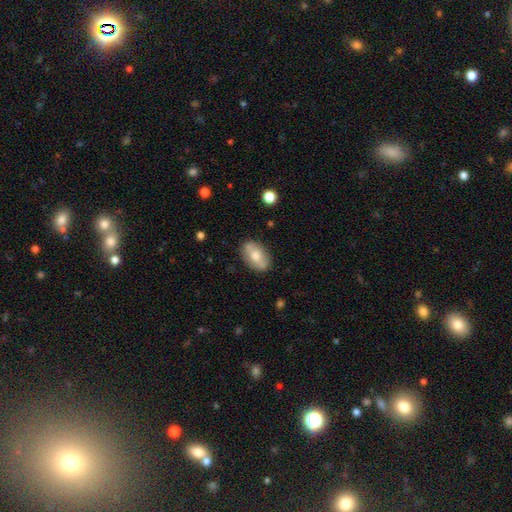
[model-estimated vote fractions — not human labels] Smooth or featured? smooth (61%)
How rounded? in between (88%)
Merging? none (83%)